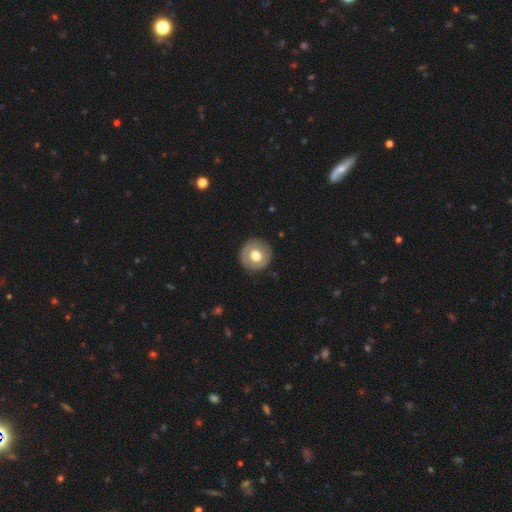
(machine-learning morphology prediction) type=smooth (63%); roundness=round (94%); merging=none (89%).